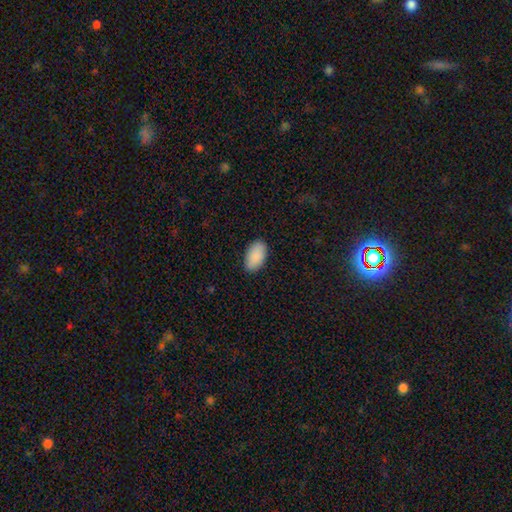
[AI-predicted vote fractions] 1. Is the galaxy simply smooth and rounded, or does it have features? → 91% smooth, 6% star or artifact, 3% featured or disk.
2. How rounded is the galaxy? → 96% in between, 3% round, 2% cigar-shaped.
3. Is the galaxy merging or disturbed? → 88% none, 9% minor disturbance, 2% major disturbance, 1% merger.